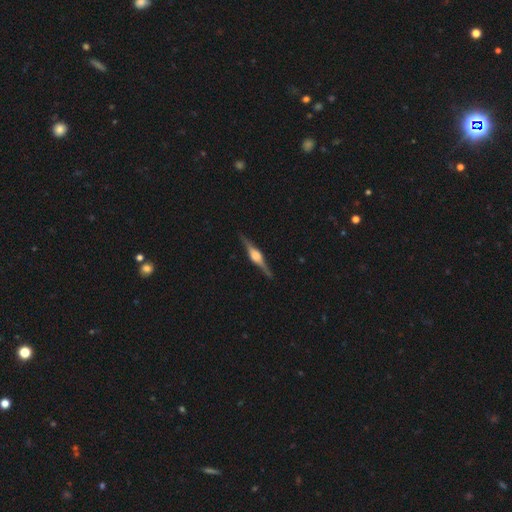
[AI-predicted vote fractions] A featured or disk galaxy (85%) viewed edge-on (98%) with a rounded central bulge (82%).

Vote fractions:
- Smooth or featured? featured or disk: 85% / smooth: 10% / star or artifact: 5%
- Edge-on disk? yes: 98% / no: 2%
- Edge-on bulge? rounded: 82% / boxy: 15% / none: 2%
- Merging? none: 90% / minor disturbance: 7% / major disturbance: 2% / merger: 1%